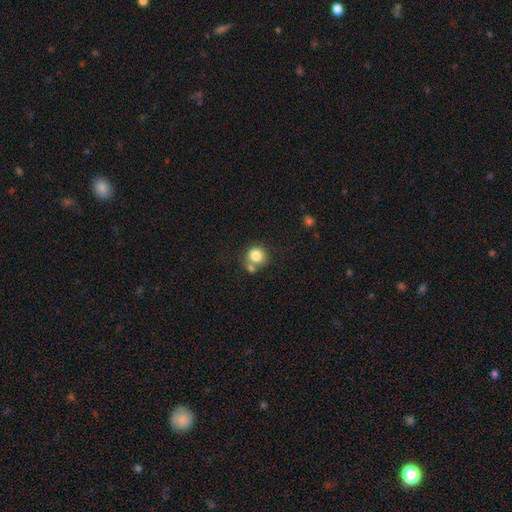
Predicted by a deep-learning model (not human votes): A smooth galaxy with no disk features (81%) that is round (87%).

Vote fractions:
- Smooth or featured? smooth: 81% / star or artifact: 10% / featured or disk: 9%
- How rounded? round: 87% / in between: 13% / cigar-shaped: 1%
- Merging? none: 54% / merger: 30% / minor disturbance: 12% / major disturbance: 4%